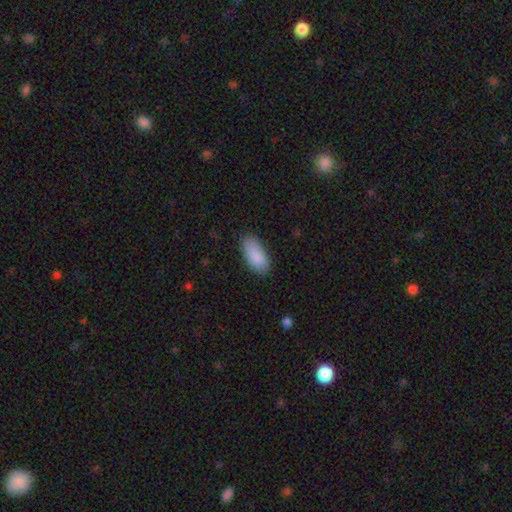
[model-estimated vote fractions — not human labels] The model was most divided on "merging": none: 83%, minor disturbance: 13%, major disturbance: 3%, merger: 1%. More confident: how rounded — in between (90%); smooth or featured — smooth (89%).